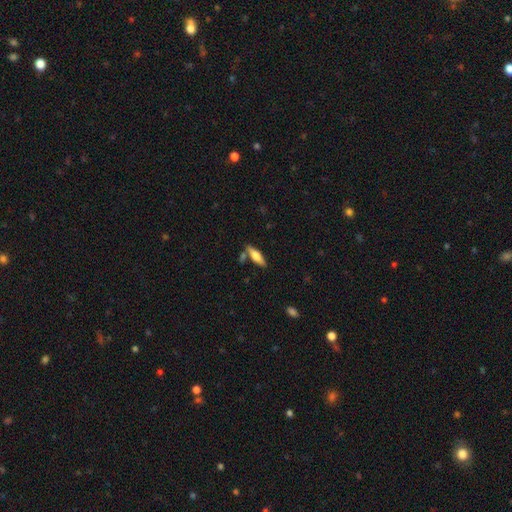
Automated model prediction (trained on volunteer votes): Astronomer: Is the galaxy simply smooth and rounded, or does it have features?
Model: smooth — 55% (runner-up: featured or disk, 39%).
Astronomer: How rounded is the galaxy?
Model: cigar-shaped — 56% (runner-up: in between, 42%).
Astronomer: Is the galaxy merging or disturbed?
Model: none — 75%.